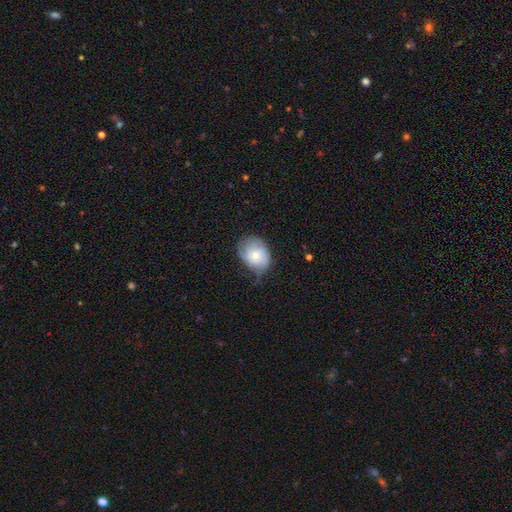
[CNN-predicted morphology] Smooth or featured? smooth (58%)
How rounded? in between (50%)
Merging? none (45%)